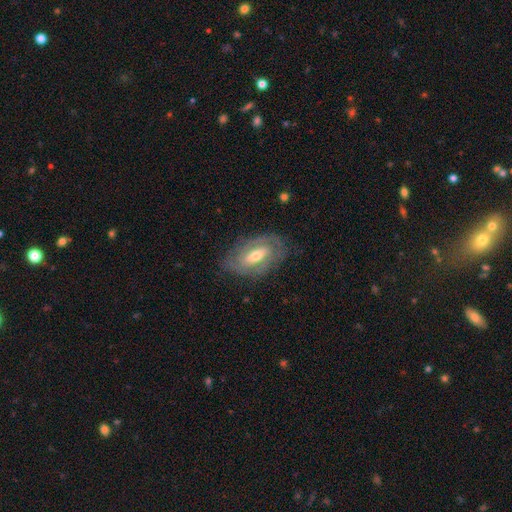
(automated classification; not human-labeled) Q: Smooth or featured?
A: featured or disk (71%); runner-up: smooth (23%)
Q: Edge-on disk?
A: no (90%); runner-up: yes (10%)
Q: Bar?
A: weak (40%); runner-up: strong (35%)
Q: Spiral arms?
A: yes (74%); runner-up: no (26%)
Q: Bulge size?
A: moderate (60%); runner-up: small (32%)
Q: Merging?
A: none (76%); runner-up: minor disturbance (16%)